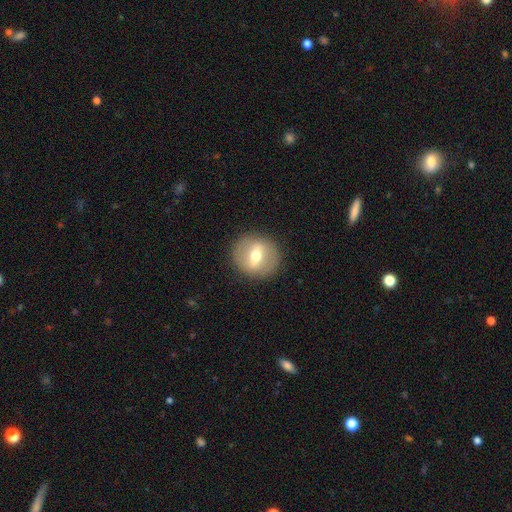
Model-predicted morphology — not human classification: The model was most divided on "smooth or featured": featured or disk: 50%, smooth: 43%, star or artifact: 8%. More confident: merging — none (88%).